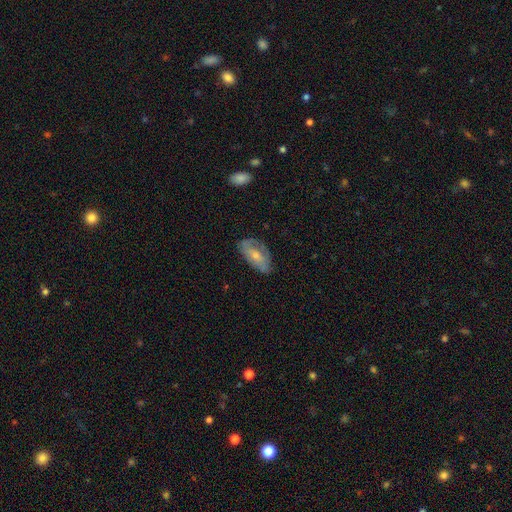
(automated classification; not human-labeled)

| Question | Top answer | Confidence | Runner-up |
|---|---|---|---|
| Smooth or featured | featured or disk | 48% | smooth (46%) |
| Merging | none | 58% | minor disturbance (29%) |